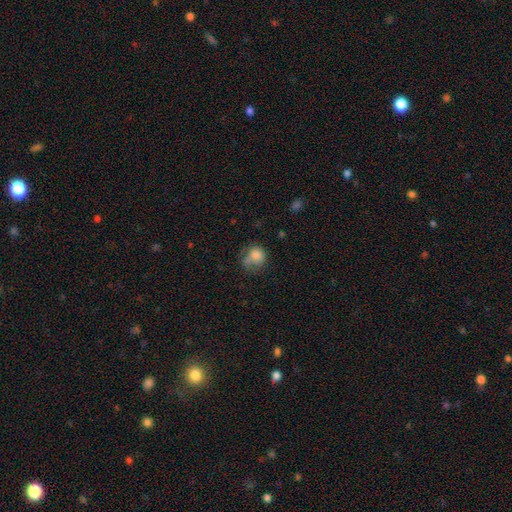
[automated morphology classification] Smooth or featured?
  - smooth: 77% *
  - featured or disk: 14%
  - star or artifact: 9%
How rounded?
  - round: 70% *
  - in between: 29%
  - cigar-shaped: 1%
Merging?
  - none: 38% *
  - minor disturbance: 28%
  - major disturbance: 25%
  - merger: 10%